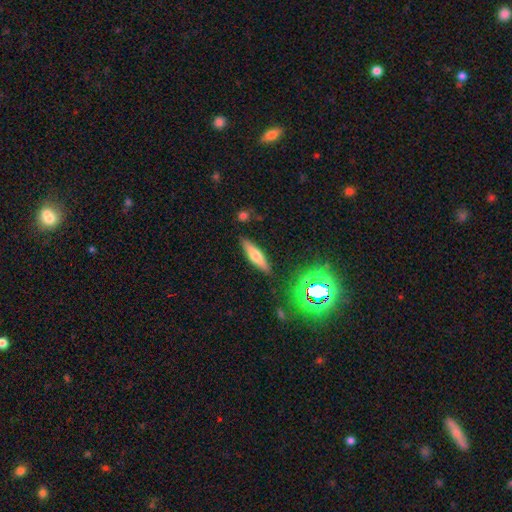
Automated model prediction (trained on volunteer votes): Smooth or featured: smooth — 55% (featured or disk — 35%)
How rounded: cigar-shaped — 68% (in between — 29%)
Merging: none — 86% (minor disturbance — 9%)